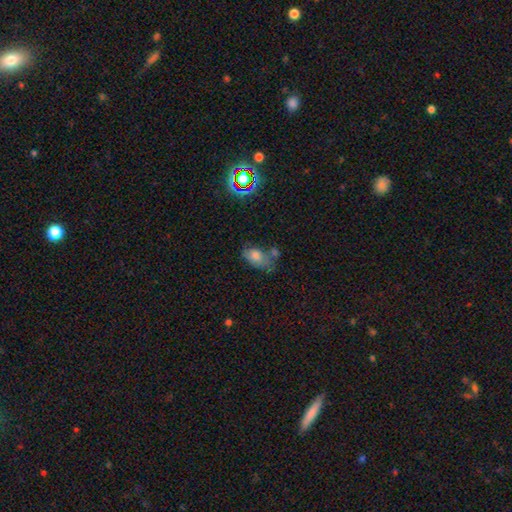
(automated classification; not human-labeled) The model was most divided on "merging": none: 43%, minor disturbance: 26%, merger: 19%, major disturbance: 11%. More confident: how rounded — in between (88%); smooth or featured — smooth (68%).